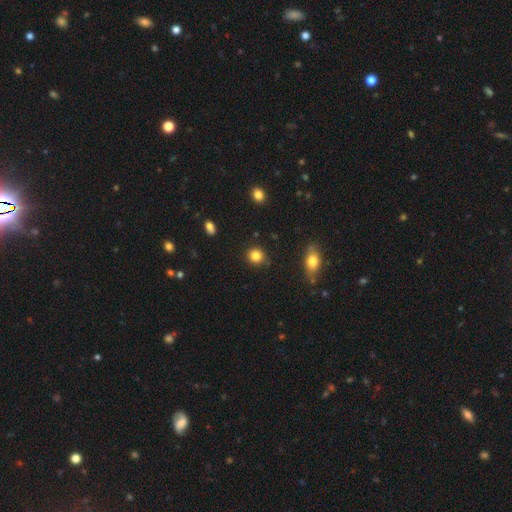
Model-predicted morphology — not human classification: Smooth or featured: smooth — 84% (star or artifact — 11%)
How rounded: round — 89% (in between — 10%)
Merging: none — 86% (minor disturbance — 10%)